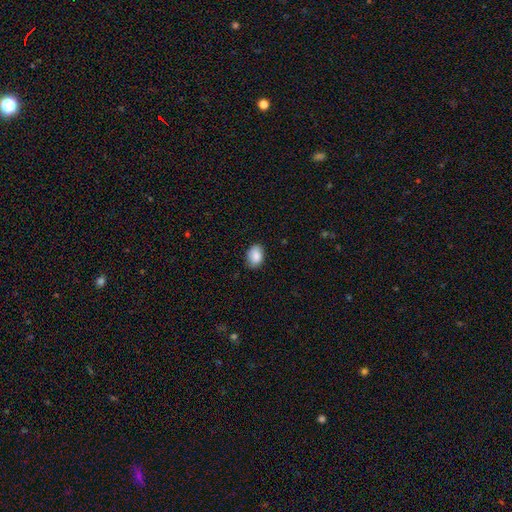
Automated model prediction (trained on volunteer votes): smooth-or-featured: smooth: 88% | star or artifact: 7% | featured or disk: 5%
  how-rounded: in between: 80% | round: 19% | cigar-shaped: 1%
  merging: none: 83% | minor disturbance: 14% | major disturbance: 2% | merger: 1%